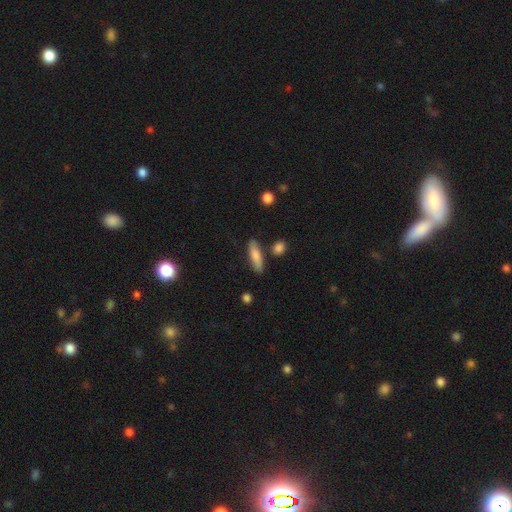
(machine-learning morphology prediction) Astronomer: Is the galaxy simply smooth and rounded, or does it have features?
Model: smooth — 76%.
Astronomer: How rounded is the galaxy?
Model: cigar-shaped — 65%.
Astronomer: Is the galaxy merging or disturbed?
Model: none — 79%.